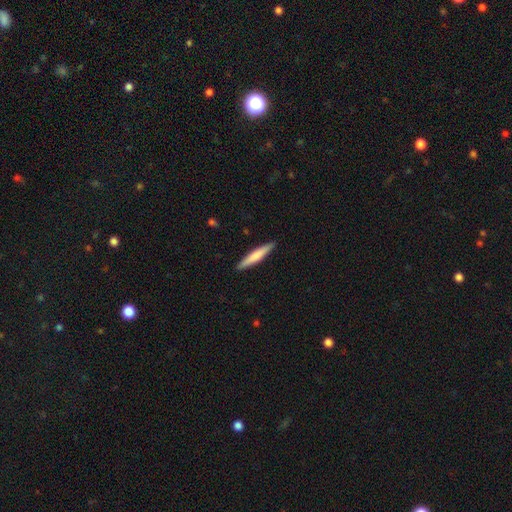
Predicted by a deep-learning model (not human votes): smooth_or_featured: smooth (p=0.64) [alt: featured or disk p=0.31]
how_rounded: cigar-shaped (p=0.92) [alt: in between p=0.06]
merging: none (p=0.91) [alt: minor disturbance p=0.07]